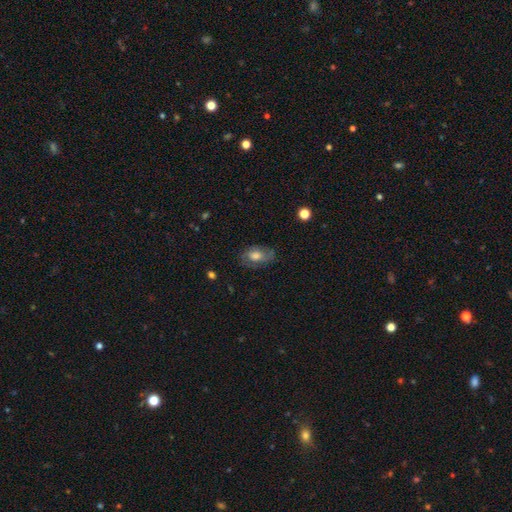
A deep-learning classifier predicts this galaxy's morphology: smooth-or-featured: smooth: 54% | featured or disk: 36% | star or artifact: 10%
  how-rounded: in between: 87% | round: 10% | cigar-shaped: 3%
  merging: none: 71% | minor disturbance: 20% | major disturbance: 8% | merger: 1%